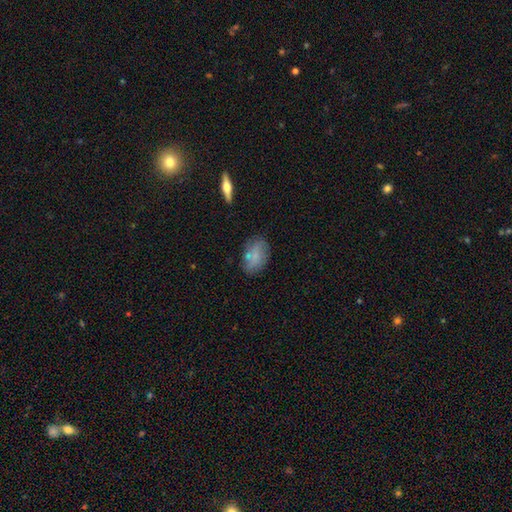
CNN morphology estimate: This appears to be a smooth galaxy with no disk features (67%) that is in between round and cigar-shaped (89%). Merging: none (72%).